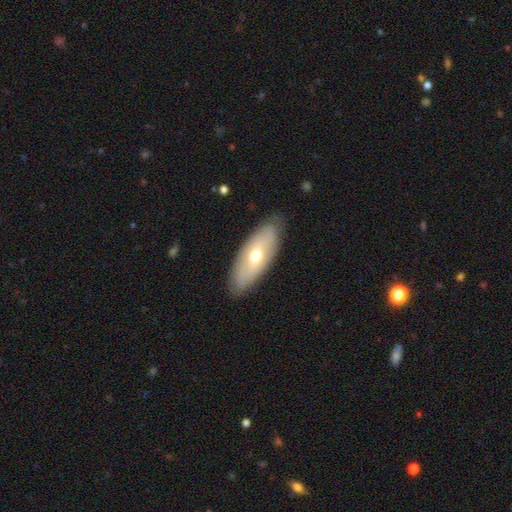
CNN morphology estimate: Smooth or featured?
  - smooth: 53% *
  - featured or disk: 41%
  - star or artifact: 6%
How rounded?
  - in between: 80% *
  - cigar-shaped: 17%
  - round: 3%
Merging?
  - none: 84% *
  - minor disturbance: 12%
  - major disturbance: 3%
  - merger: 1%